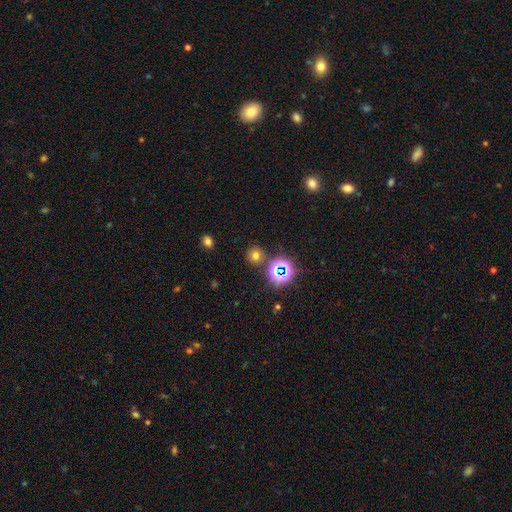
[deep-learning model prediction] Morphology: type=smooth (63%); roundness=round (87%); merging=none (81%).